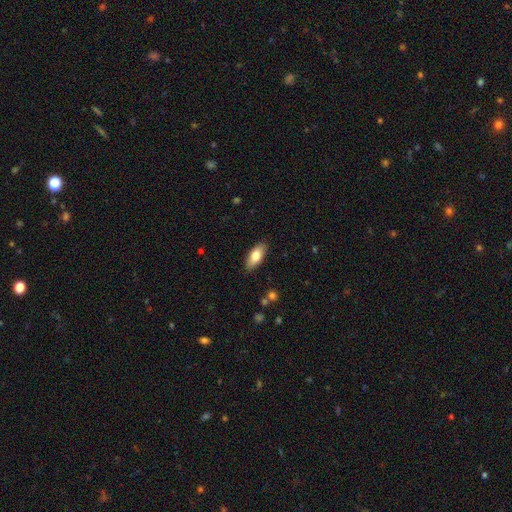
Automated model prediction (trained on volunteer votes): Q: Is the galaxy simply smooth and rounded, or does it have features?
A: smooth — 78%.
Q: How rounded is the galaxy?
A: in between — 82%.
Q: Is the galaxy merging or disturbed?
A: none — 88%.